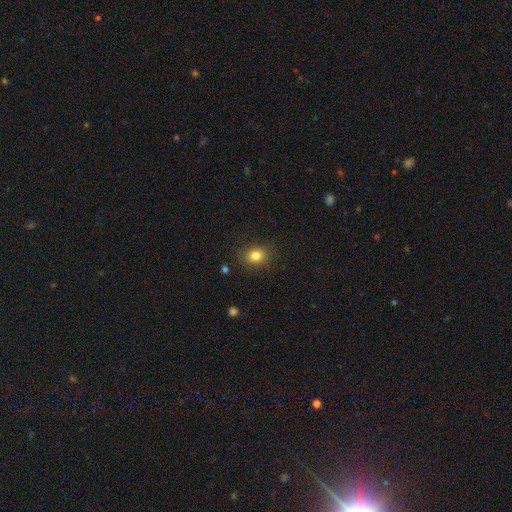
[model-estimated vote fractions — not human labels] Smooth or featured: smooth — 82% (star or artifact — 11%)
How rounded: round — 62% (in between — 37%)
Merging: none — 86% (minor disturbance — 10%)